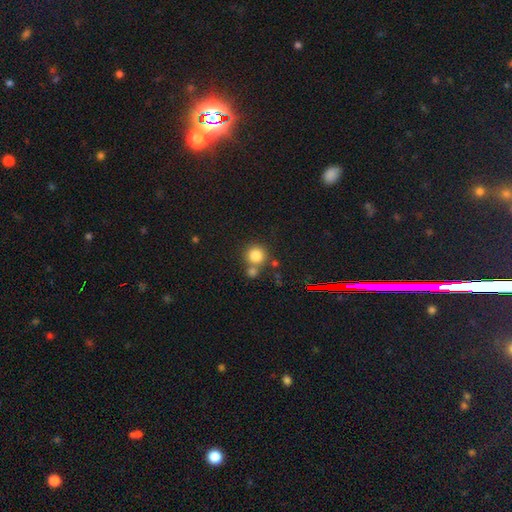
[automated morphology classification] Smooth or featured?
  - smooth: 81% *
  - star or artifact: 13%
  - featured or disk: 7%
How rounded?
  - round: 92% *
  - in between: 7%
  - cigar-shaped: 1%
Merging?
  - none: 62% *
  - merger: 26%
  - minor disturbance: 8%
  - major disturbance: 3%